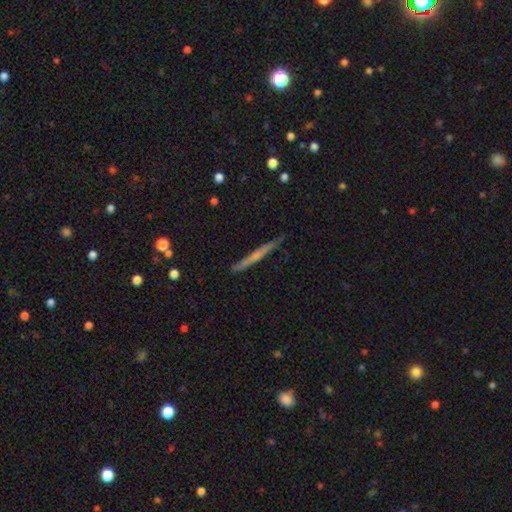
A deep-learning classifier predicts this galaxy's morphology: smooth-or-featured: featured or disk: 54% | smooth: 39% | star or artifact: 7%
  disk-edge-on: yes: 97% | no: 3%
    edge-on-bulge: none: 61% | rounded: 33% | boxy: 6%
  merging: none: 86% | minor disturbance: 11% | major disturbance: 2% | merger: 1%